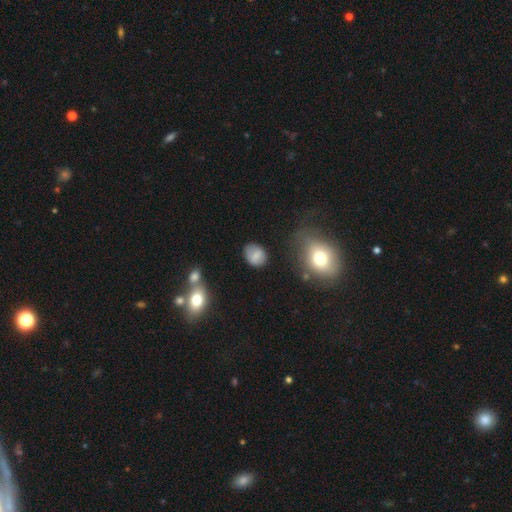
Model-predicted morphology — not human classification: type=smooth (76%); roundness=in between (61%); merging=none (74%).